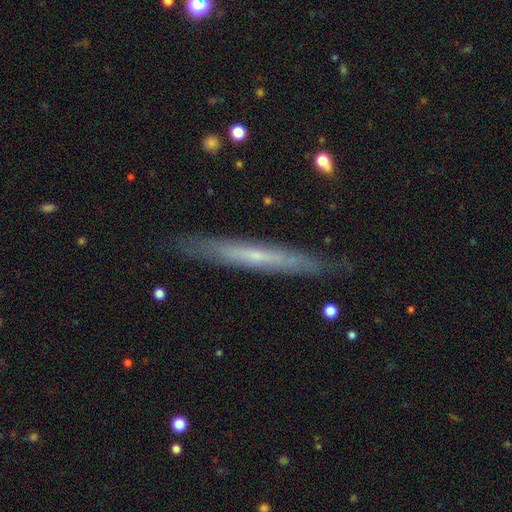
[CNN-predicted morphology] featured or disk 58%, smooth 35%, star or artifact 7%. Down the decision tree: edge-on disk — yes (88%); edge-on bulge — none (69%); merging — none (85%).